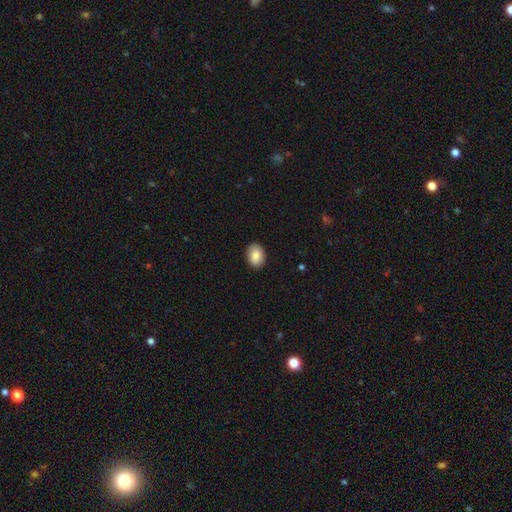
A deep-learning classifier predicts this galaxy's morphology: This appears to be a smooth galaxy with no disk features (86%) that is in between round and cigar-shaped (71%). Merging: none (89%).